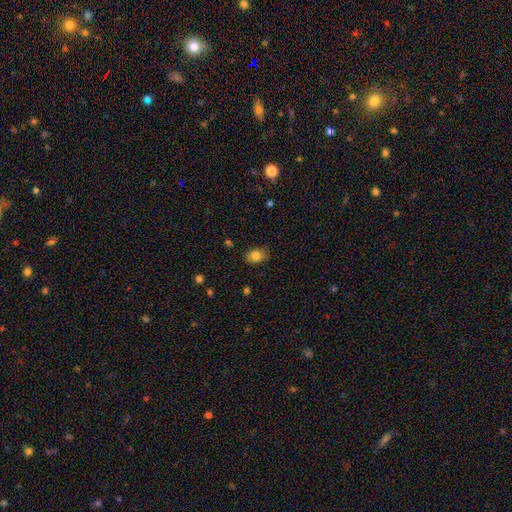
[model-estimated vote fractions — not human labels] Q: Smooth or featured?
A: smooth (82%); runner-up: star or artifact (10%)
Q: How rounded?
A: in between (73%); runner-up: round (26%)
Q: Merging?
A: none (81%); runner-up: minor disturbance (15%)